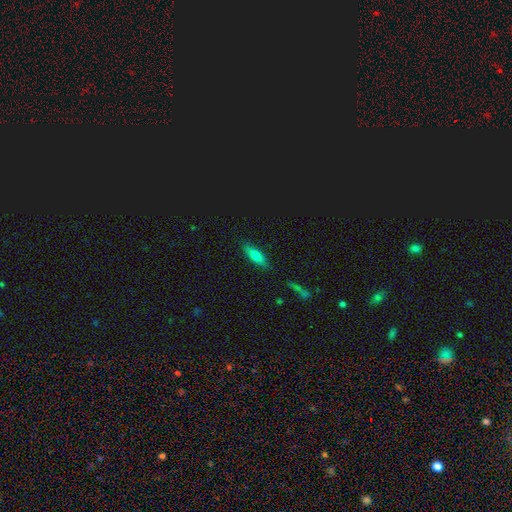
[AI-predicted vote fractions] smooth-or-featured: smooth: 71% | featured or disk: 18% | star or artifact: 12%
  how-rounded: in between: 57% | cigar-shaped: 40% | round: 3%
  merging: none: 85% | minor disturbance: 11% | major disturbance: 2% | merger: 2%